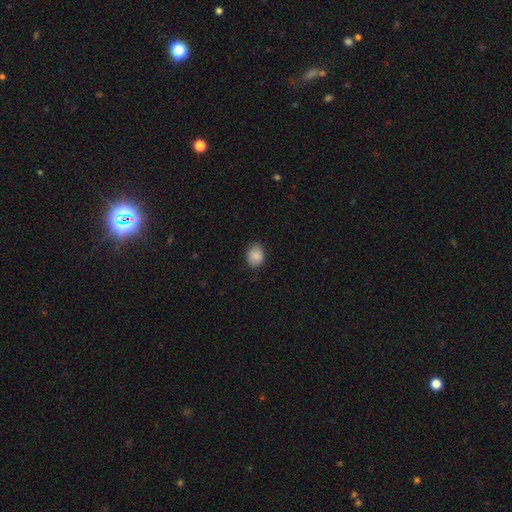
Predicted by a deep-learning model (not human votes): This is clearly a smooth galaxy (88%). How rounded: possibly round (50%). Merging: clearly none (82%).